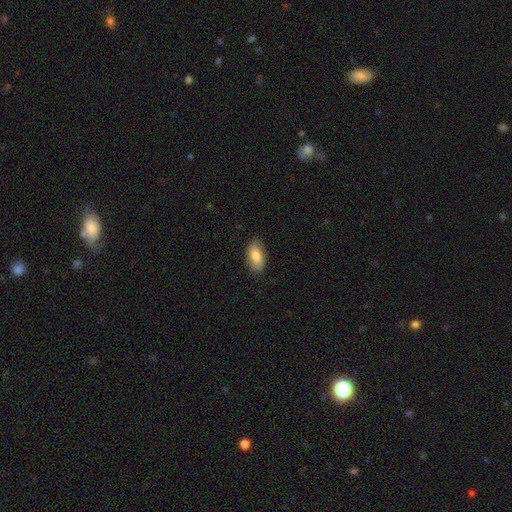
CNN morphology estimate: This is clearly a smooth galaxy (82%). How rounded: clearly in between (92%). Merging: clearly none (84%).